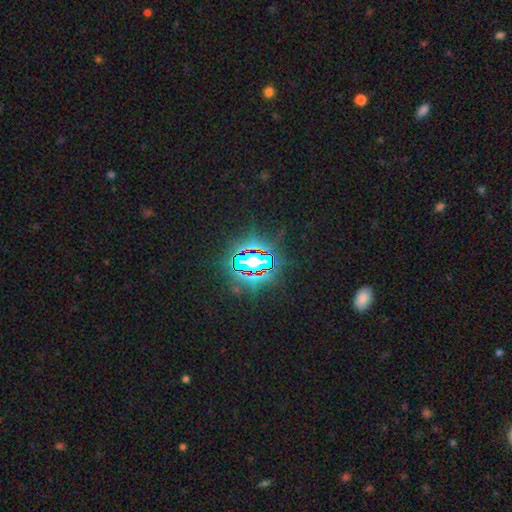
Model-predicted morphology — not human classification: Smooth or featured? star or artifact (79%)